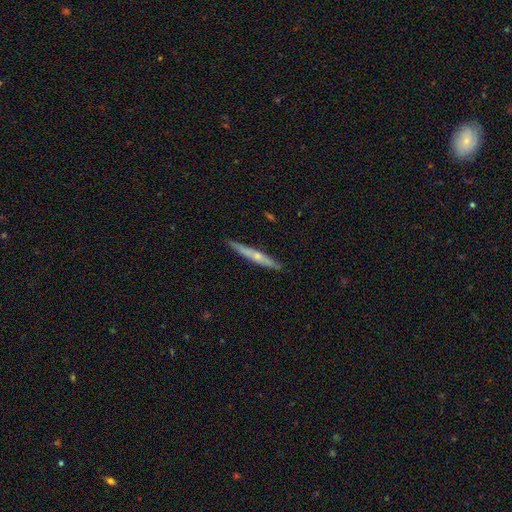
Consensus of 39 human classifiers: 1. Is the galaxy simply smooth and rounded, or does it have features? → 62% featured or disk, 36% smooth, 3% star or artifact.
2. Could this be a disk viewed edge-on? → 96% yes, 4% no.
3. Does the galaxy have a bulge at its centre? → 78% rounded, 22% none, 0% boxy.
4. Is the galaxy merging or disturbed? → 92% none, 8% minor disturbance, 0% major disturbance, 0% merger.